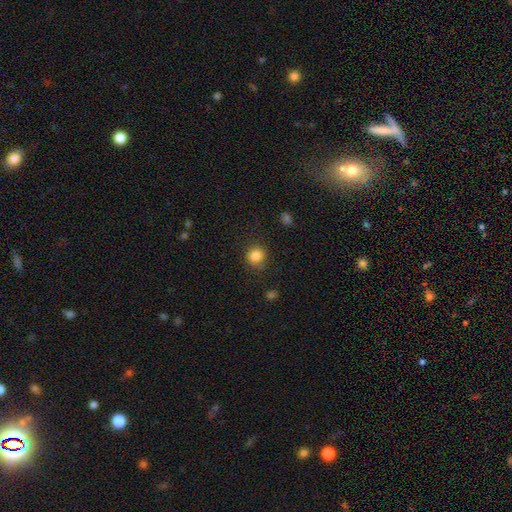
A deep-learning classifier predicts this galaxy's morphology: A smooth galaxy with no disk features (85%) that is round (87%). Merging: none (82%).